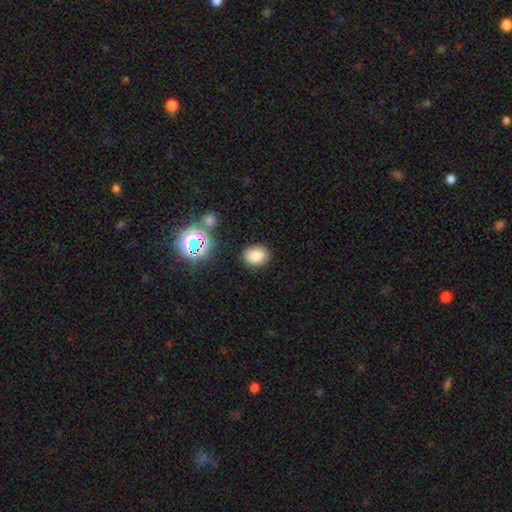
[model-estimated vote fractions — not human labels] This is clearly a smooth galaxy (81%). How rounded: possibly in between (55%). Merging: clearly none (86%).